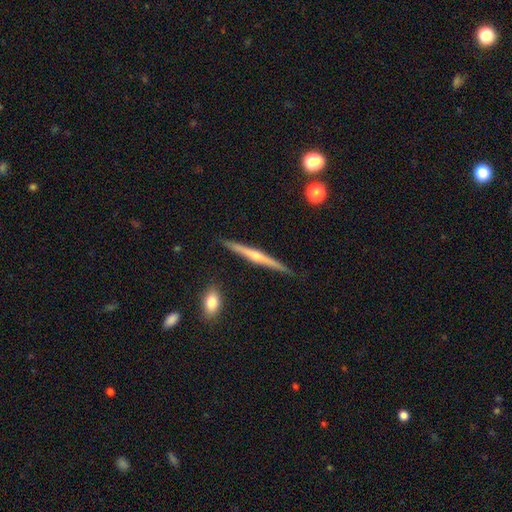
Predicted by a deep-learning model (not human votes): The model was most divided on "smooth or featured": featured or disk: 73%, smooth: 21%, star or artifact: 6%. More confident: edge-on disk — yes (98%); merging — none (89%); edge-on bulge — rounded (76%).